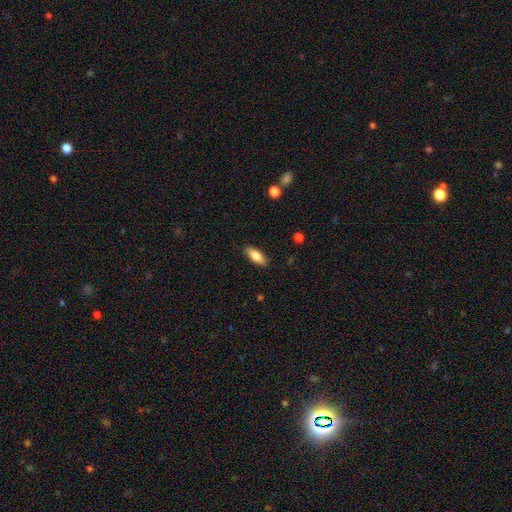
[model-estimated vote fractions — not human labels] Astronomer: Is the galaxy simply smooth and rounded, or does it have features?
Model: smooth — 80%.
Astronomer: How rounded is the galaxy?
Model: in between — 77%.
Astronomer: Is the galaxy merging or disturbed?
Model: none — 87%.